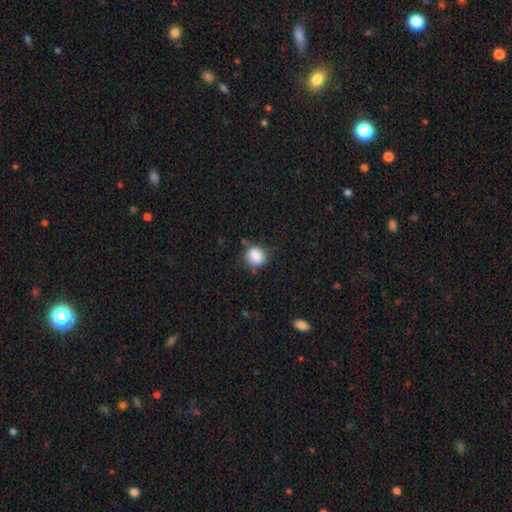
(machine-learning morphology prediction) This appears to be a smooth galaxy with no disk features (86%) that is round (79%). Merging: none (73%).